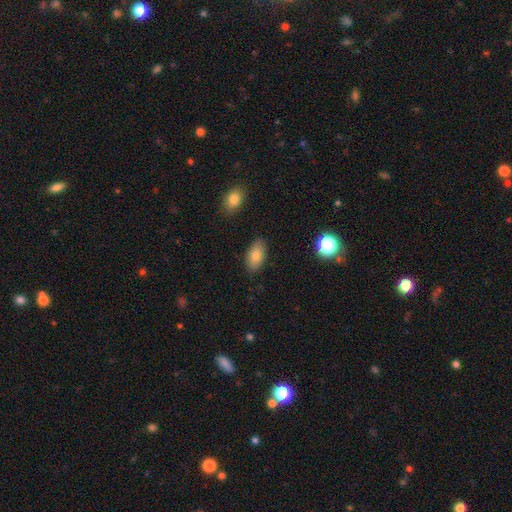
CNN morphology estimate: This appears to be a smooth galaxy with no disk features (80%) that is in between round and cigar-shaped (91%). Merging: none (86%).